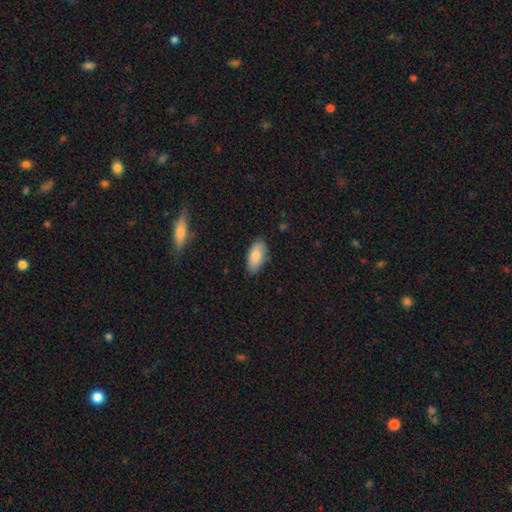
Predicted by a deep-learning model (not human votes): This appears to be a smooth galaxy with no disk features (82%) that is in between round and cigar-shaped (92%). Merging: none (78%).